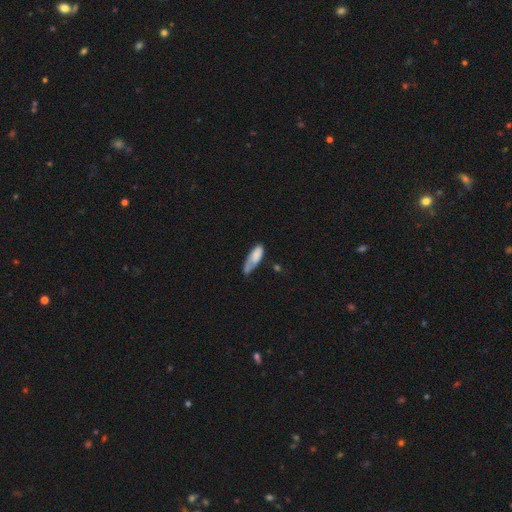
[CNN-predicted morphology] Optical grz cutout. It shows a smooth galaxy with no disk features (76%) that is in between round and cigar-shaped (61%). Merging: minor disturbance (39%).